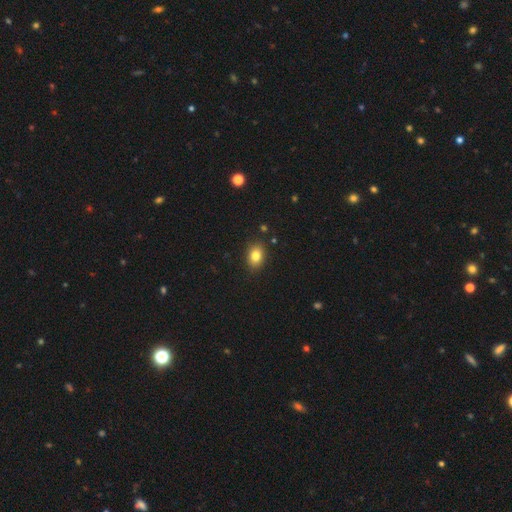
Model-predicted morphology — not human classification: Q: Smooth or featured?
A: smooth (82%); runner-up: star or artifact (10%)
Q: How rounded?
A: in between (71%); runner-up: round (28%)
Q: Merging?
A: none (87%); runner-up: minor disturbance (9%)